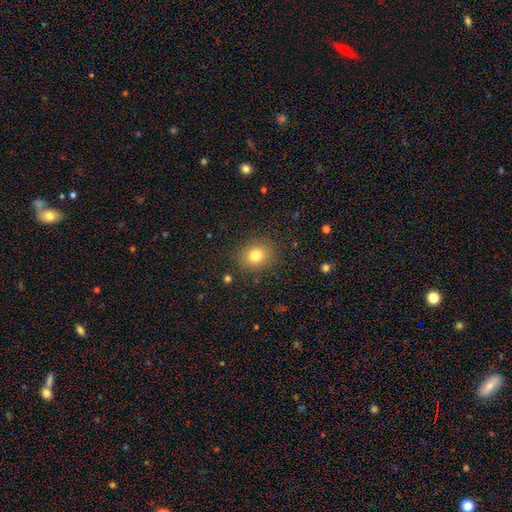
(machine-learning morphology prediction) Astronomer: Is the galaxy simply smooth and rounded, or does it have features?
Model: smooth — 79%.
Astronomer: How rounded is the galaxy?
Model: round — 72%.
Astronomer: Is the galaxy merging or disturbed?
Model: none — 86%.